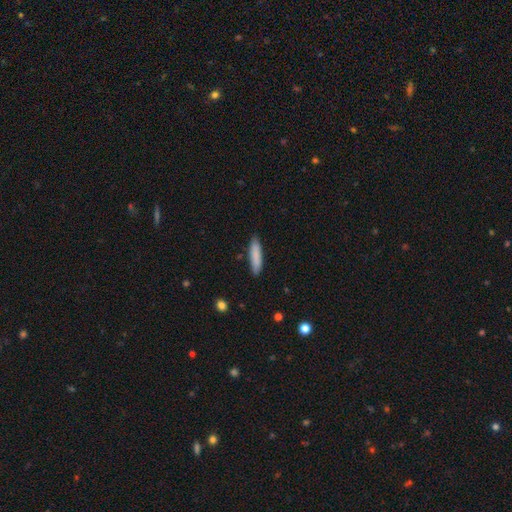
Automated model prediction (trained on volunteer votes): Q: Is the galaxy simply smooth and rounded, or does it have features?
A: smooth — 85%.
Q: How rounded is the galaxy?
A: cigar-shaped — 79%.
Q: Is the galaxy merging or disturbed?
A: none — 87%.